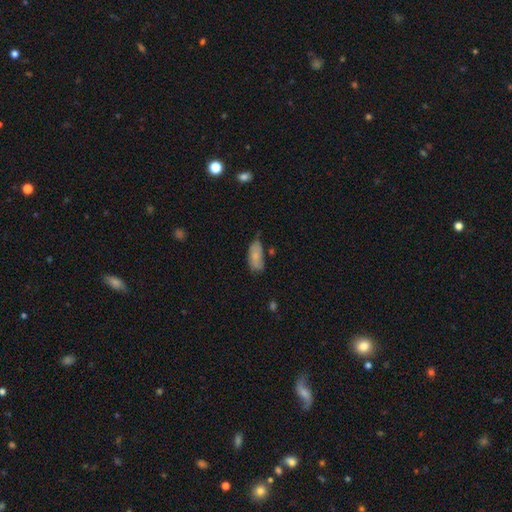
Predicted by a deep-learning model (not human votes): Smooth or featured? Predicted: smooth (p=0.77). How rounded? Predicted: in between (p=0.87). Merging? Predicted: none (p=0.55).